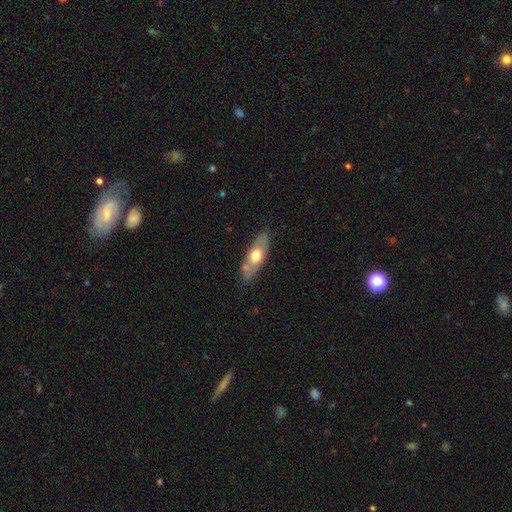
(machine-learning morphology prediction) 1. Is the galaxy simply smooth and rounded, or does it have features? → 50% smooth, 45% featured or disk, 5% star or artifact.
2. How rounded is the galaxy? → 63% in between, 33% cigar-shaped, 3% round.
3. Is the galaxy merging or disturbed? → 77% none, 16% minor disturbance, 4% major disturbance, 3% merger.